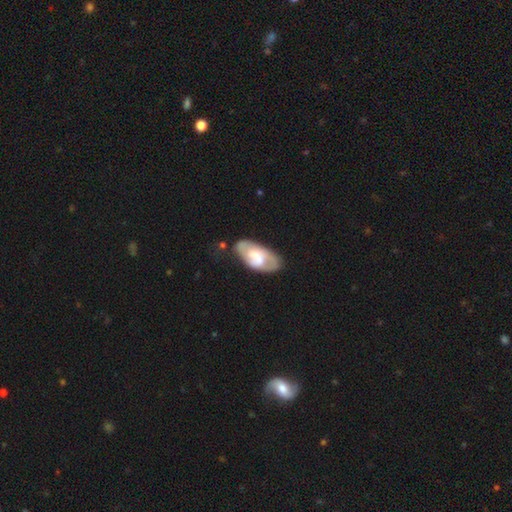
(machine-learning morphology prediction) Smooth or featured? Predicted: featured or disk (p=0.58). Edge-on disk? Predicted: no (p=0.93). Bar? Predicted: no (p=0.52). Spiral arms? Predicted: yes (p=0.69). Bulge size? Predicted: moderate (p=0.44). Merging? Predicted: none (p=0.54).